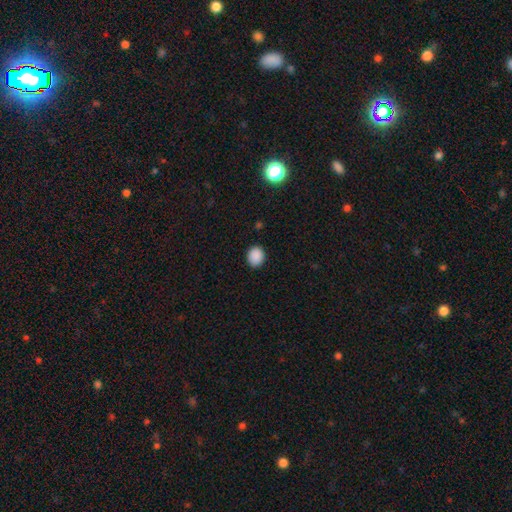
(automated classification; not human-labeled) Q: Smooth or featured?
A: smooth (89%); runner-up: star or artifact (9%)
Q: How rounded?
A: round (59%); runner-up: in between (41%)
Q: Merging?
A: none (89%); runner-up: minor disturbance (8%)